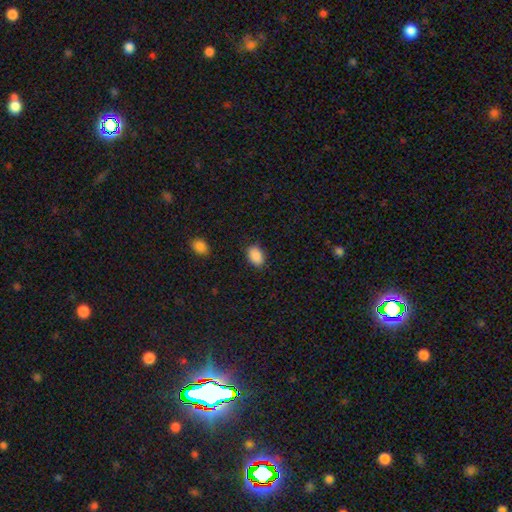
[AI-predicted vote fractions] A smooth galaxy with no disk features (90%) that is in between round and cigar-shaped (88%). Merging: none (85%).